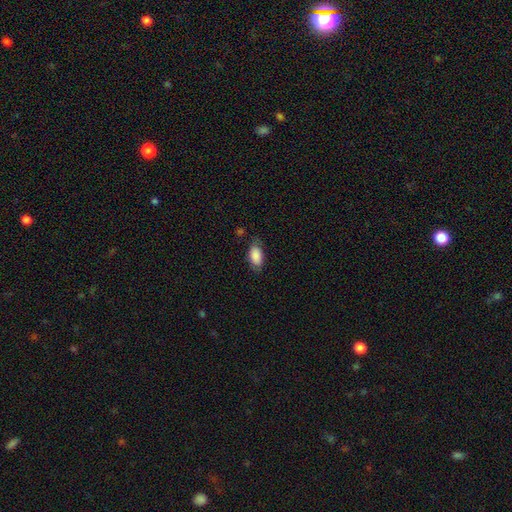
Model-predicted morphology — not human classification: smooth-or-featured: smooth: 86% | featured or disk: 7% | star or artifact: 7%
  how-rounded: in between: 93% | round: 4% | cigar-shaped: 3%
  merging: none: 72% | minor disturbance: 21% | major disturbance: 5% | merger: 2%